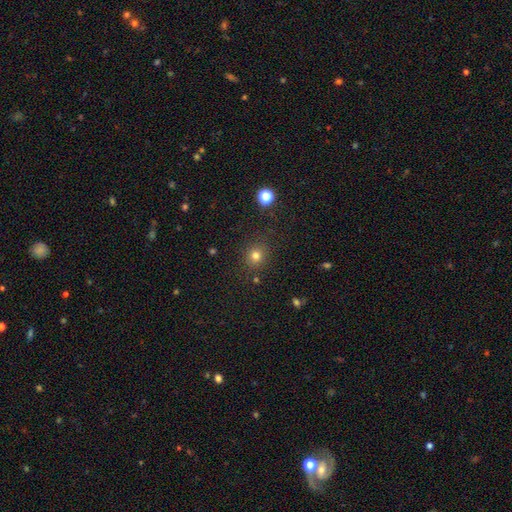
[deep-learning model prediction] A smooth galaxy with no disk features (77%) that is round (87%).

Vote fractions:
- Smooth or featured? smooth: 77% / star or artifact: 16% / featured or disk: 6%
- How rounded? round: 87% / in between: 12% / cigar-shaped: 1%
- Merging? none: 86% / minor disturbance: 9% / major disturbance: 3% / merger: 2%